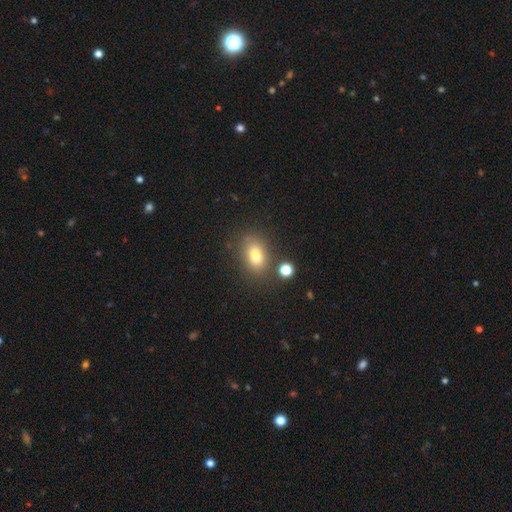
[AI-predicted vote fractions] Smooth or featured? smooth (77%)
How rounded? in between (74%)
Merging? none (75%)